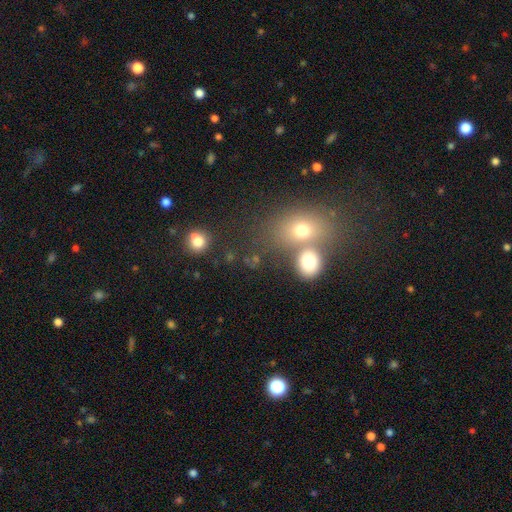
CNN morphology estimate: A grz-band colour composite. It shows a smooth galaxy with no disk features (60%) that is round (51%). Merging: none (49%).